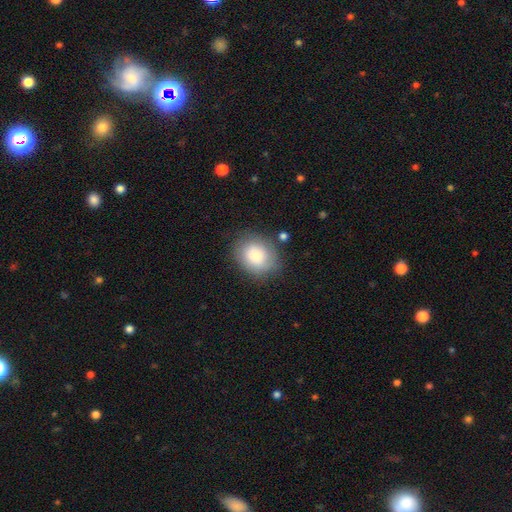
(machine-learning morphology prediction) The model was most divided on "how rounded": round: 57%, in between: 42%, cigar-shaped: 1%. More confident: smooth or featured — smooth (82%); merging — none (75%).